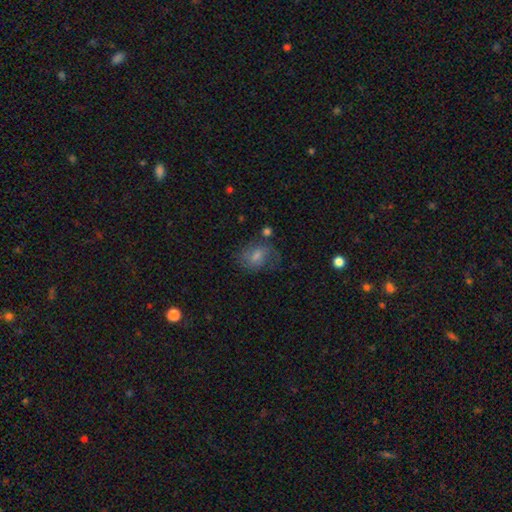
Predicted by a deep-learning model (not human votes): Smooth or featured?
  - smooth: 44% *
  - featured or disk: 39%
  - star or artifact: 16%
Merging?
  - none: 60% *
  - minor disturbance: 22%
  - major disturbance: 14%
  - merger: 4%